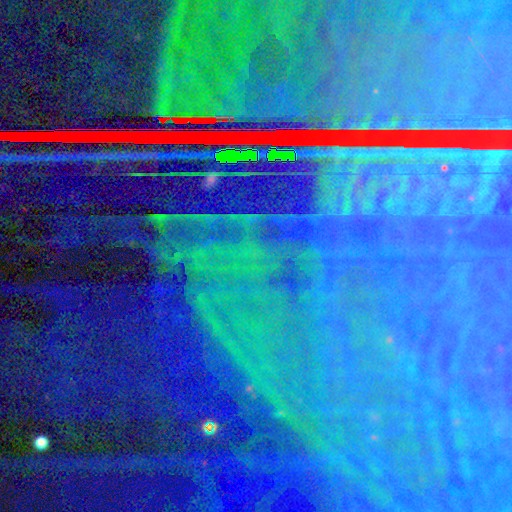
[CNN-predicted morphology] Smooth or featured? Predicted: star or artifact (p=0.88).